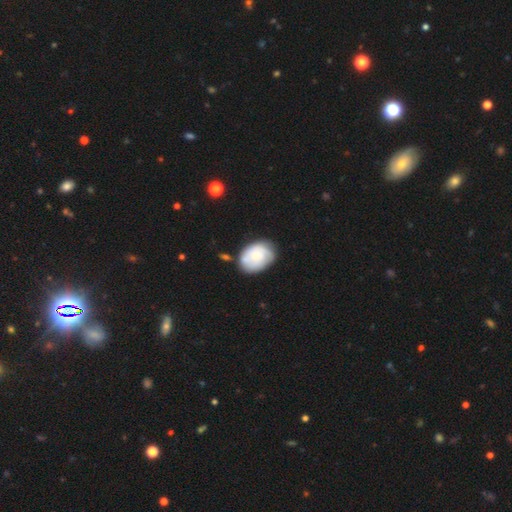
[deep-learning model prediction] Smooth or featured?
  - smooth: 58% *
  - featured or disk: 35%
  - star or artifact: 7%
How rounded?
  - in between: 70% *
  - round: 29%
  - cigar-shaped: 1%
Merging?
  - none: 59% *
  - minor disturbance: 25%
  - merger: 8%
  - major disturbance: 8%